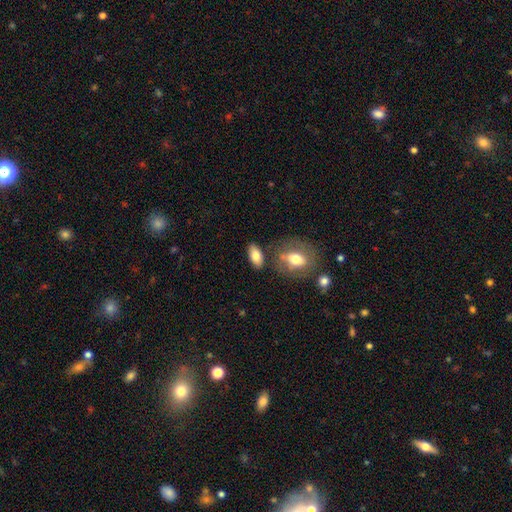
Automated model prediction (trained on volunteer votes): This appears to be a smooth galaxy with no disk features (78%) that is in between round and cigar-shaped (87%). Merging: none (75%).